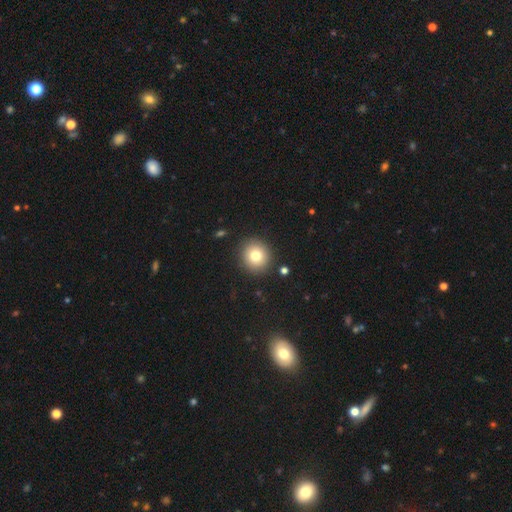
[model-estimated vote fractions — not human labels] A smooth galaxy with no disk features (78%) that is round (91%). Merging: none (89%).